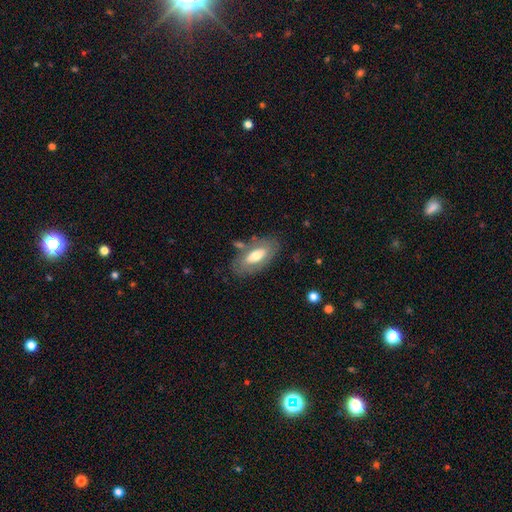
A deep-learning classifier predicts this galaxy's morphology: This is possibly a smooth galaxy (54%). How rounded: clearly in between (87%). Merging: likely none (72%).